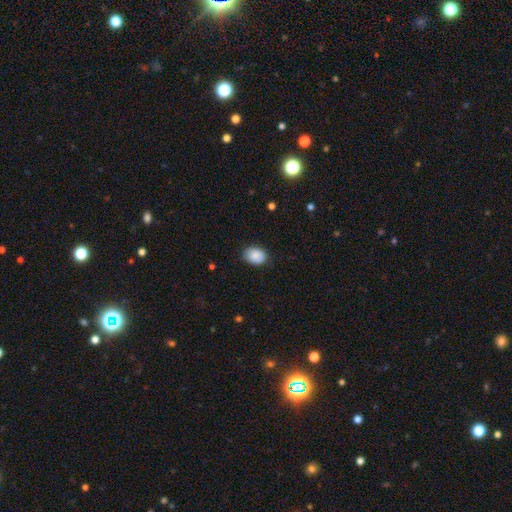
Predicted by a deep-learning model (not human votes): Smooth or featured? Predicted: smooth (p=0.88). How rounded? Predicted: in between (p=0.72). Merging? Predicted: none (p=0.81).